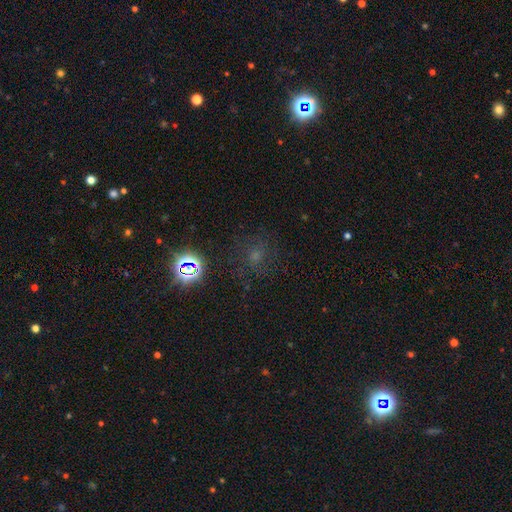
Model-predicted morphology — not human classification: This appears to be a star or artifact, not a galaxy (44%).